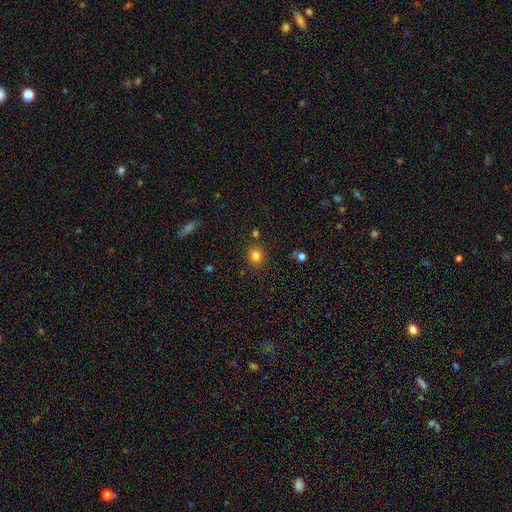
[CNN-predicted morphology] The model was most divided on "smooth or featured": smooth: 81%, star or artifact: 13%, featured or disk: 6%. More confident: how rounded — round (86%); merging — none (85%).